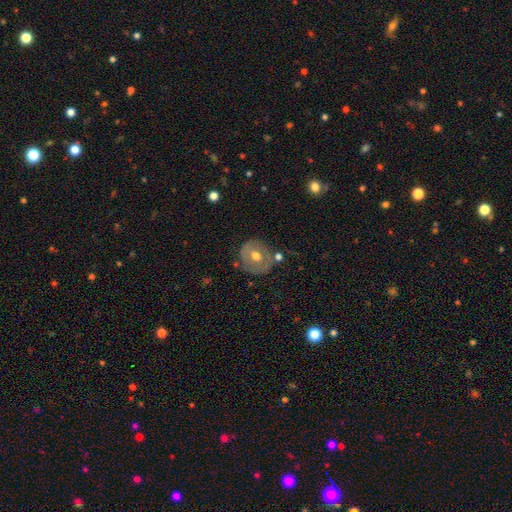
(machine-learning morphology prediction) smooth_or_featured: featured or disk (p=0.49) [alt: smooth p=0.43]
merging: none (p=0.76) [alt: minor disturbance p=0.14]